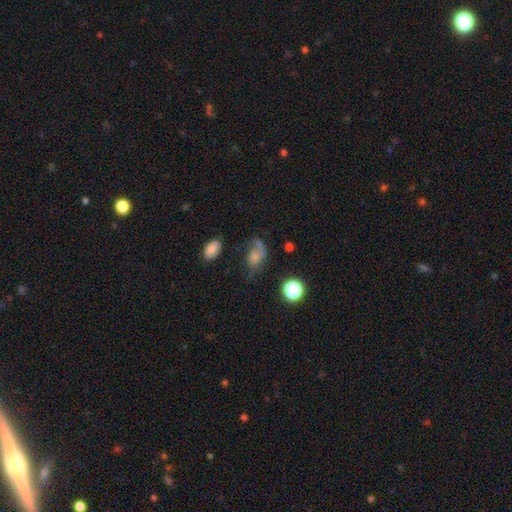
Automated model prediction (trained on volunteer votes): Overall: smooth (43%, tied with featured or disk). Merging: none (38%; major disturbance 34%).